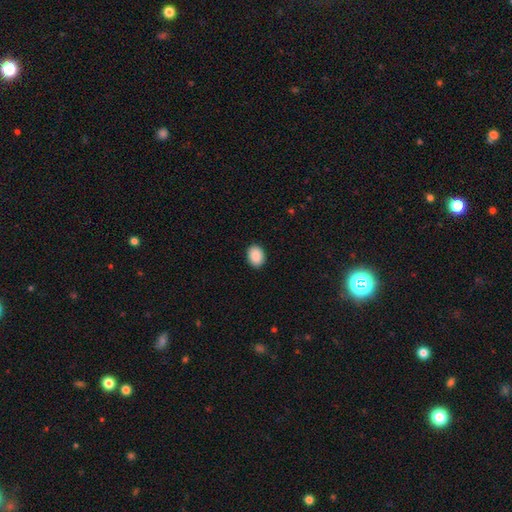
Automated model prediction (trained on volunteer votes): Smooth or featured?
  - smooth: 91% *
  - star or artifact: 7%
  - featured or disk: 2%
How rounded?
  - in between: 69% *
  - round: 30%
  - cigar-shaped: 1%
Merging?
  - none: 90% *
  - minor disturbance: 7%
  - major disturbance: 2%
  - merger: 1%